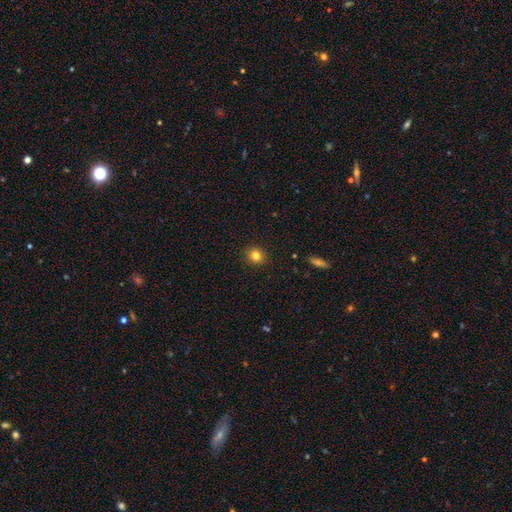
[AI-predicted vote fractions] Smooth or featured? smooth (81%)
How rounded? round (79%)
Merging? none (91%)